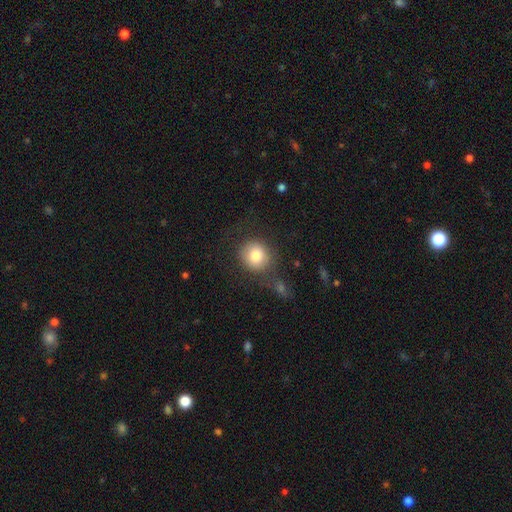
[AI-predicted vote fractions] Q: Smooth or featured?
A: smooth (80%); runner-up: featured or disk (11%)
Q: How rounded?
A: round (88%); runner-up: in between (11%)
Q: Merging?
A: none (71%); runner-up: minor disturbance (14%)